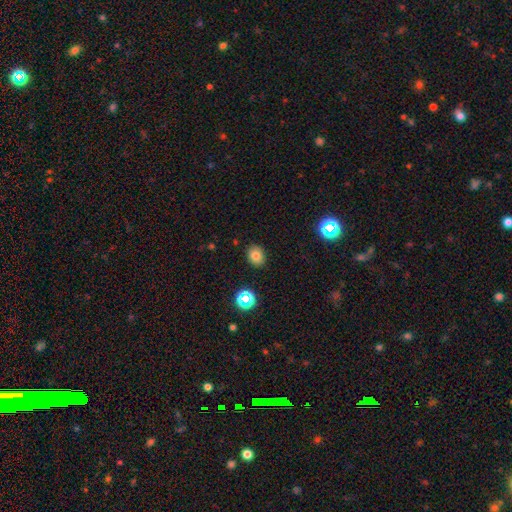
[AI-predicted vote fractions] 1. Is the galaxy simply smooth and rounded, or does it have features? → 77% smooth, 15% star or artifact, 8% featured or disk.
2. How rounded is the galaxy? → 54% round, 45% in between, 1% cigar-shaped.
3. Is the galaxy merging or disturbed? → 87% none, 9% minor disturbance, 2% major disturbance, 2% merger.